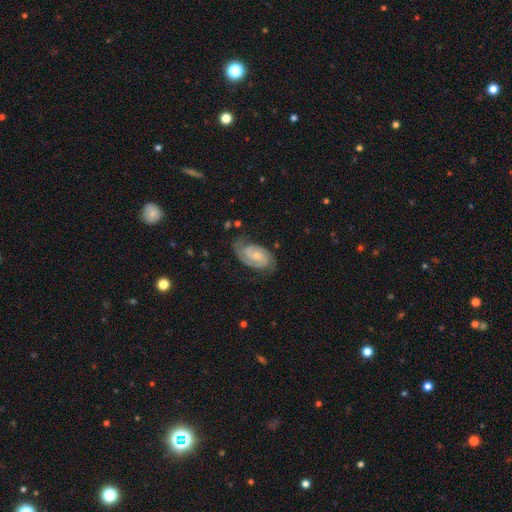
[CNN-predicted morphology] This is clearly a featured or disk galaxy (86%). It is clearly not viewed edge-on (97%). Bar: possibly no (58%). Spiral arm pattern: clearly yes (97%). Spiral arm count: clearly 2 (83%). Spiral winding: likely tight (61%). Central bulge: likely small (60%). Merging: likely none (72%).